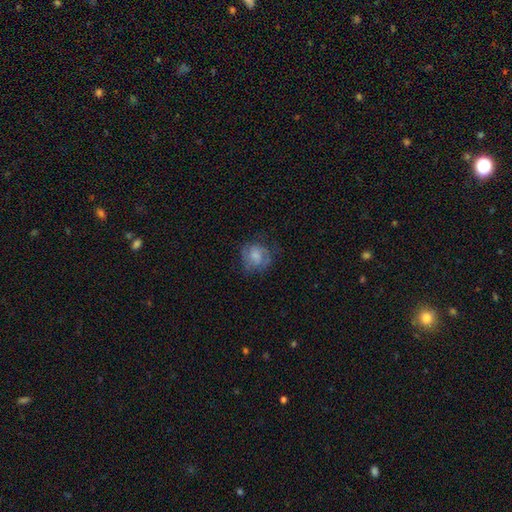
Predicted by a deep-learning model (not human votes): Morphology: type=smooth (52%); roundness=round (73%); merging=none (58%).